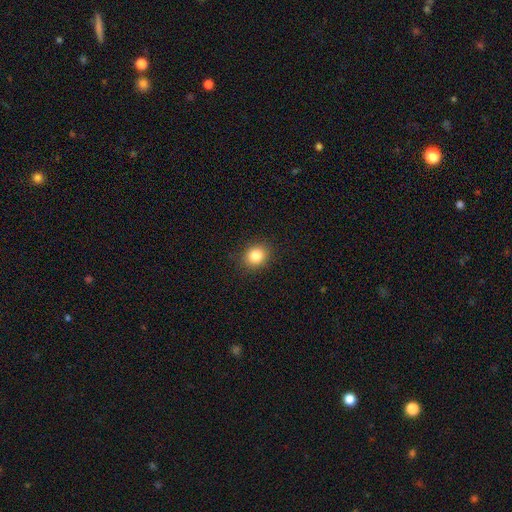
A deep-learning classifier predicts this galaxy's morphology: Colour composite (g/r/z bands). It shows a smooth galaxy with no disk features (84%) that is round (66%). Merging: none (89%).